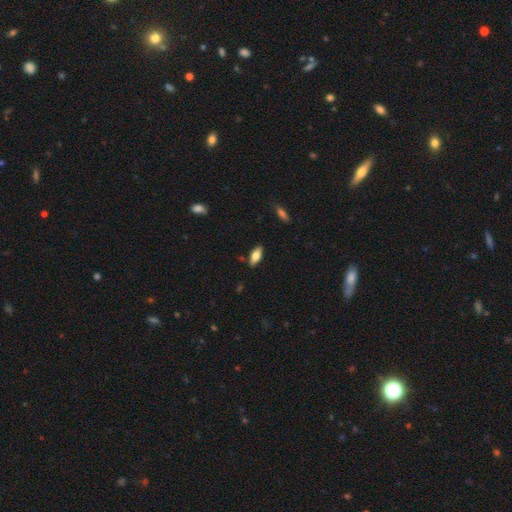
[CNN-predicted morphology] Smooth or featured: smooth — 71% (featured or disk — 22%)
How rounded: in between — 80% (cigar-shaped — 18%)
Merging: none — 85% (minor disturbance — 11%)